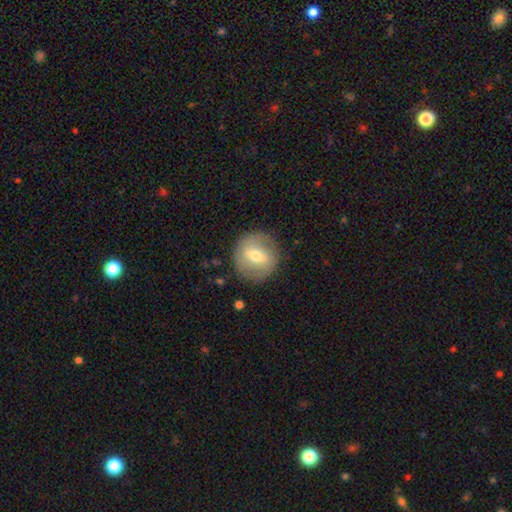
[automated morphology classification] A smooth galaxy with no disk features (51%) that is round (89%).

Vote fractions:
- Smooth or featured? smooth: 51% / featured or disk: 42% / star or artifact: 7%
- How rounded? round: 89% / in between: 10% / cigar-shaped: 1%
- Merging? none: 84% / minor disturbance: 11% / major disturbance: 4% / merger: 1%